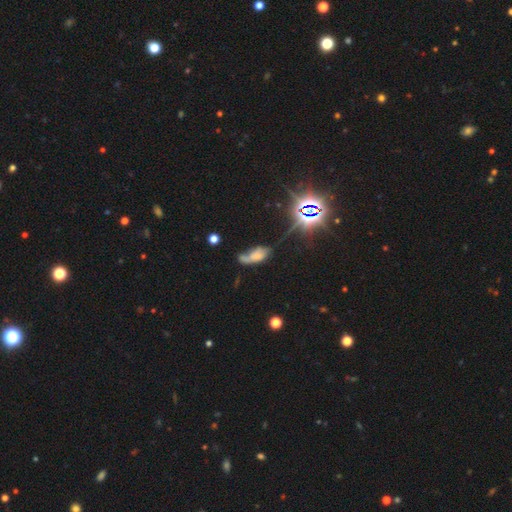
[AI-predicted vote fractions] Smooth or featured?
  - smooth: 52% *
  - featured or disk: 28%
  - star or artifact: 19%
How rounded?
  - in between: 82% *
  - cigar-shaped: 14%
  - round: 4%
Merging?
  - major disturbance: 27% *
  - merger: 25%
  - minor disturbance: 25%
  - none: 24%